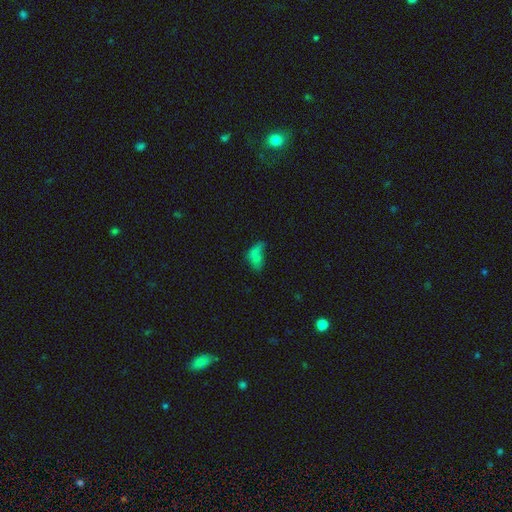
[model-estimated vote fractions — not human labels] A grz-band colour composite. It shows a smooth galaxy with no disk features (63%) that is in between round and cigar-shaped (84%). Merging: merger (28%).